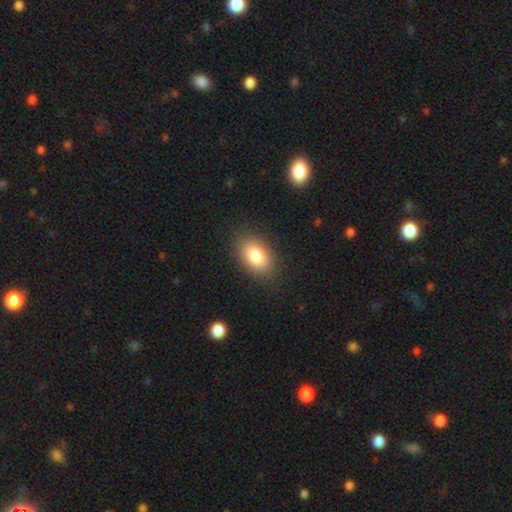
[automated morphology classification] This is clearly a smooth galaxy (82%). How rounded: clearly in between (86%). Merging: clearly none (86%).